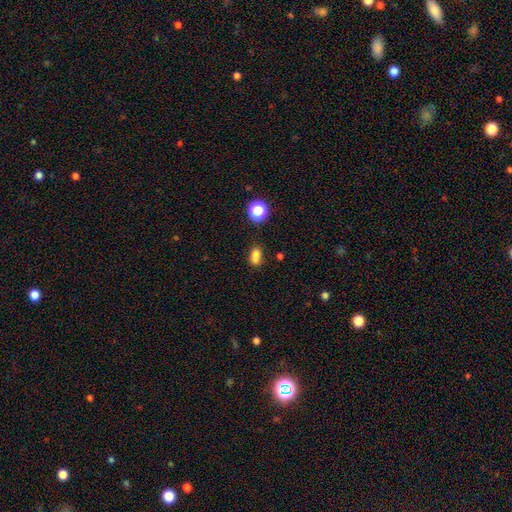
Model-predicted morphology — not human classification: smooth 75%, star or artifact 16%, featured or disk 9%. Down the decision tree: how rounded — in between (66%); merging — none (51%).